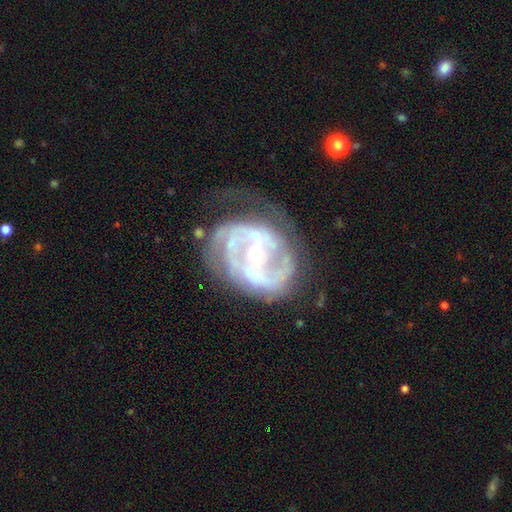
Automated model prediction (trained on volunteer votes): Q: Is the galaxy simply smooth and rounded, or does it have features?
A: featured or disk — 89%.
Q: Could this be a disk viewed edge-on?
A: no — 97%.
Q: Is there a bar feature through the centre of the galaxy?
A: no — 38%.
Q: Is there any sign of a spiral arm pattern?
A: yes — 93%.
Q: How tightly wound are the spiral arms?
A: medium — 43%, tied with tight.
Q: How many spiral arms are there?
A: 2 — 57%.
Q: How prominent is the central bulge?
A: small — 60%.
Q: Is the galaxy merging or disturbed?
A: none — 50%.